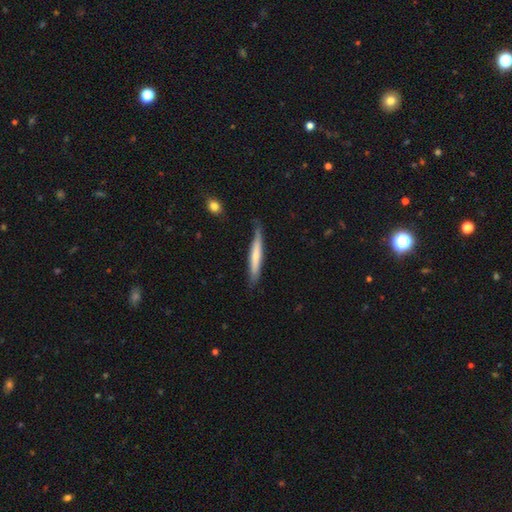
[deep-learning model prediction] Smooth or featured?
  - smooth: 62% *
  - featured or disk: 33%
  - star or artifact: 5%
How rounded?
  - cigar-shaped: 94% *
  - in between: 5%
  - round: 1%
Merging?
  - none: 74% *
  - minor disturbance: 21%
  - major disturbance: 3%
  - merger: 2%